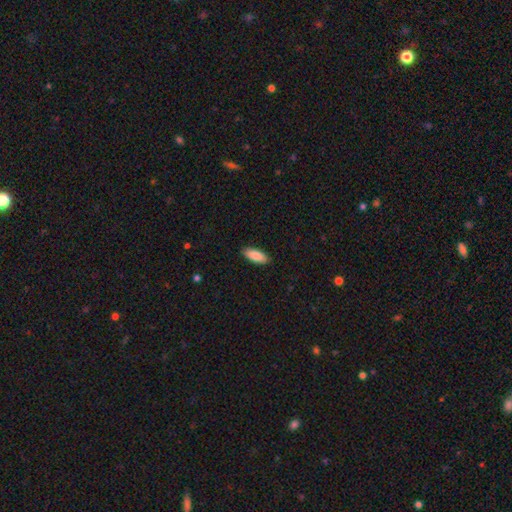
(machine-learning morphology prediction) Smooth or featured? Predicted: smooth (p=0.89). How rounded? Predicted: in between (p=0.76). Merging? Predicted: none (p=0.89).